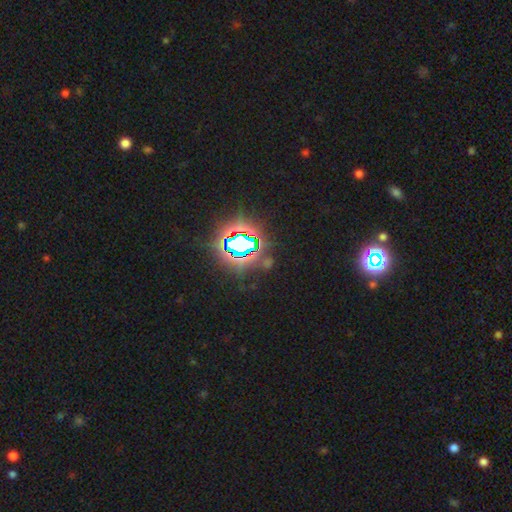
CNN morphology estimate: star or artifact 81%, smooth 12%, featured or disk 7%.